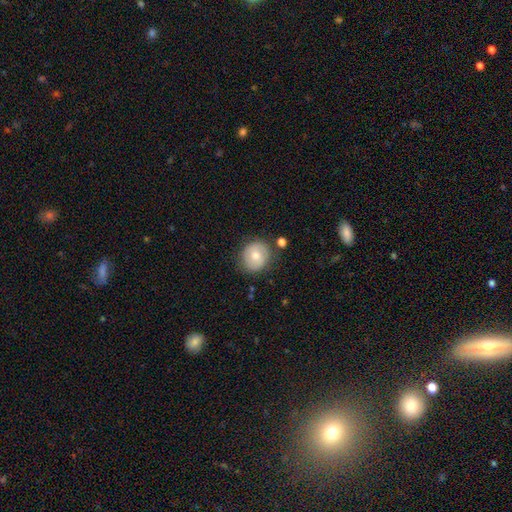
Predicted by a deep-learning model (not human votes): A smooth galaxy with no disk features (65%) that is round (80%).

Vote fractions:
- Smooth or featured? smooth: 65% / featured or disk: 28% / star or artifact: 8%
- How rounded? round: 80% / in between: 19% / cigar-shaped: 1%
- Merging? none: 78% / minor disturbance: 14% / major disturbance: 4% / merger: 3%